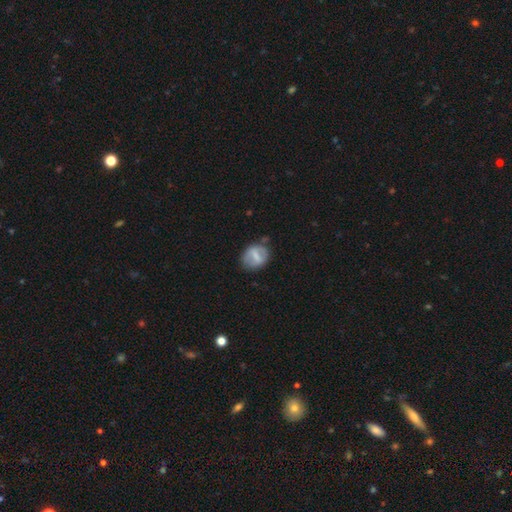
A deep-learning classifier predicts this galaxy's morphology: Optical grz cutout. It shows a smooth galaxy with no disk features (51%) that is in between round and cigar-shaped (53%). Merging: none (66%).